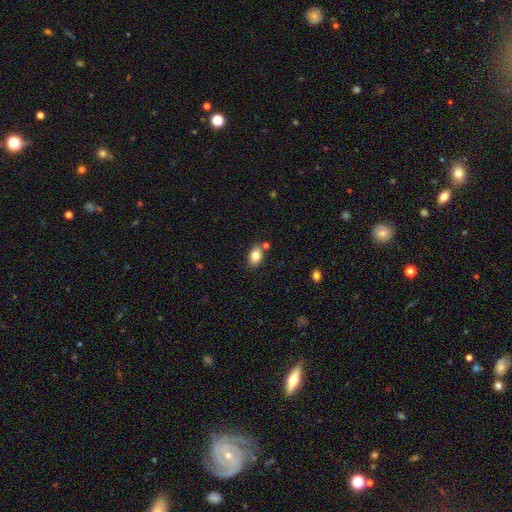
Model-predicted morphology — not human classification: A smooth galaxy with no disk features (82%) that is in between round and cigar-shaped (83%). Merging: none (75%).